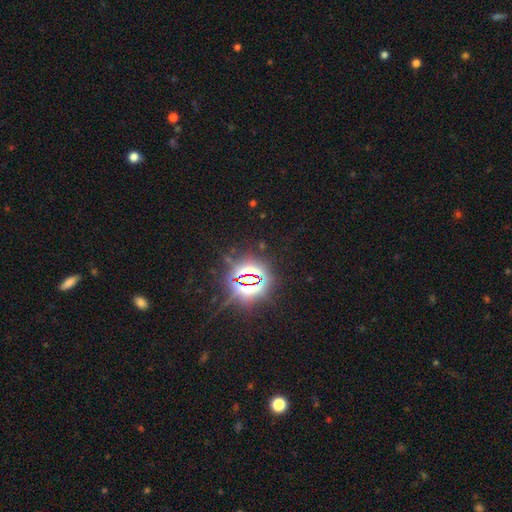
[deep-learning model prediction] smooth_or_featured: star or artifact (p=0.83) [alt: smooth p=0.09]